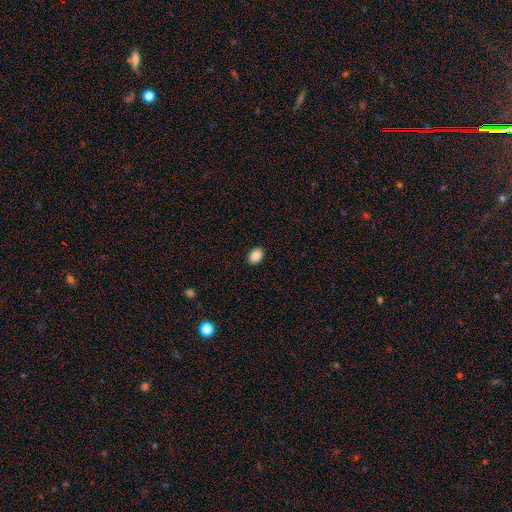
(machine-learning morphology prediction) Overall: smooth (88%). How rounded: in between (73%). Merging: none (90%).